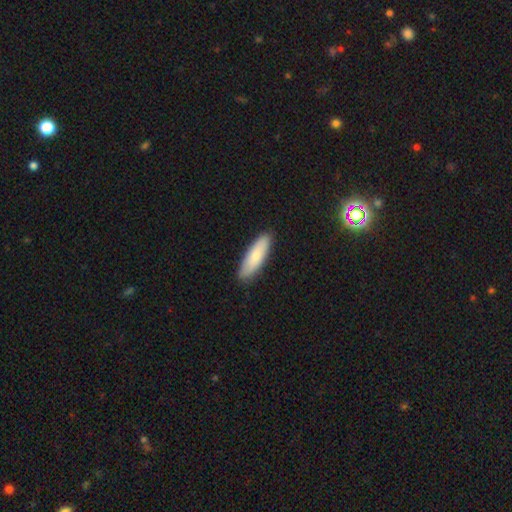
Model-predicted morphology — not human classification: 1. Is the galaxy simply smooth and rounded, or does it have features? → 77% smooth, 18% featured or disk, 5% star or artifact.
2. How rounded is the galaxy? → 50% cigar-shaped, 48% in between, 2% round.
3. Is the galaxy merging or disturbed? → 88% none, 9% minor disturbance, 2% major disturbance, 1% merger.